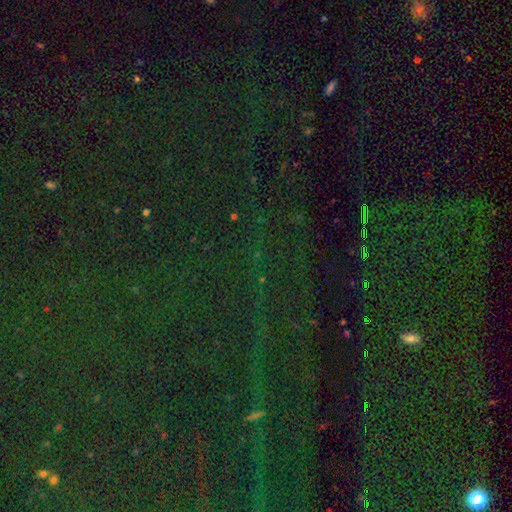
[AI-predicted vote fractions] This appears to be a star or artifact, not a galaxy (84%).